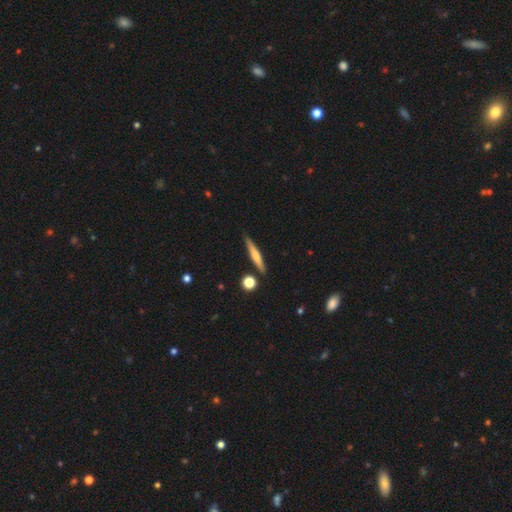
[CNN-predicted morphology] Smooth or featured? smooth (49%)
Merging? none (87%)